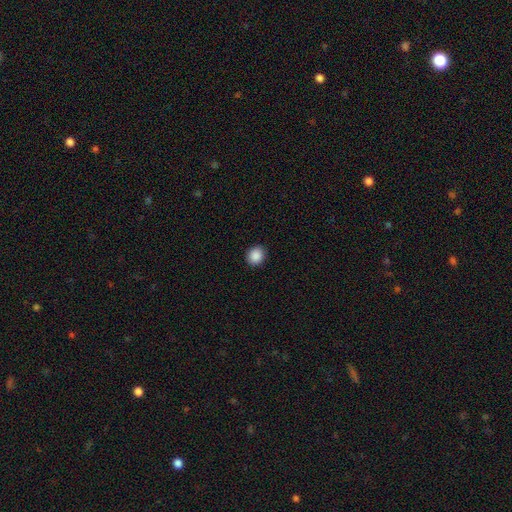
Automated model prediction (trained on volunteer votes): Q: Smooth or featured?
A: smooth (89%); runner-up: star or artifact (9%)
Q: How rounded?
A: round (82%); runner-up: in between (17%)
Q: Merging?
A: none (92%); runner-up: minor disturbance (6%)